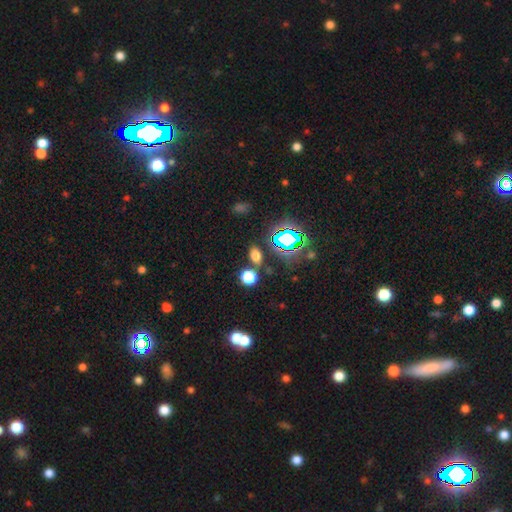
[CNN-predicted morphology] A smooth galaxy with no disk features (67%) that is in between round and cigar-shaped (70%).

Vote fractions:
- Smooth or featured? smooth: 67% / star or artifact: 25% / featured or disk: 7%
- How rounded? in between: 70% / round: 28% / cigar-shaped: 3%
- Merging? none: 76% / merger: 11% / minor disturbance: 9% / major disturbance: 4%